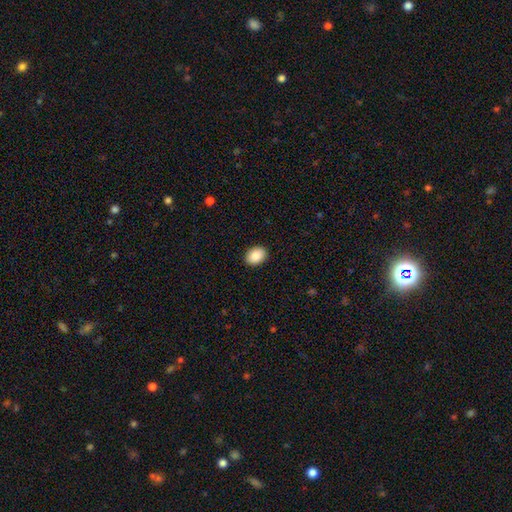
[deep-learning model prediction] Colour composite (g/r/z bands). It shows a smooth galaxy with no disk features (89%) that is in between round and cigar-shaped (74%). Merging: none (91%).